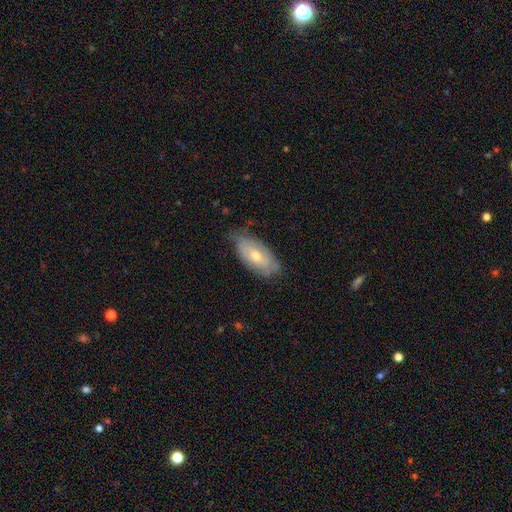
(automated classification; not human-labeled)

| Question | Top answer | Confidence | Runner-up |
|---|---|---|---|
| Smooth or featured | smooth | 53% | featured or disk (40%) |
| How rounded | in between | 87% | cigar-shaped (10%) |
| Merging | none | 65% | minor disturbance (28%) |